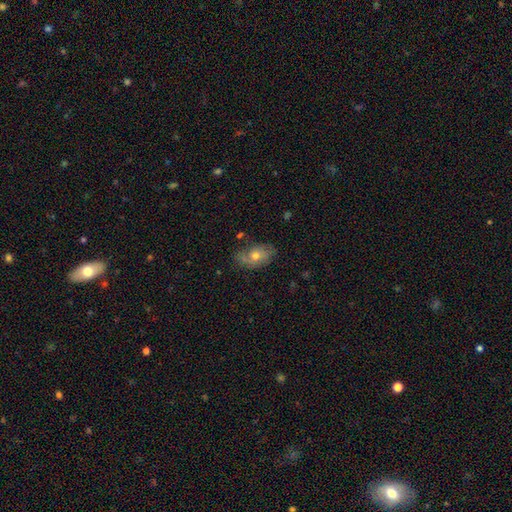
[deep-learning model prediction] This is possibly a smooth galaxy (49%). Merging: likely none (69%).